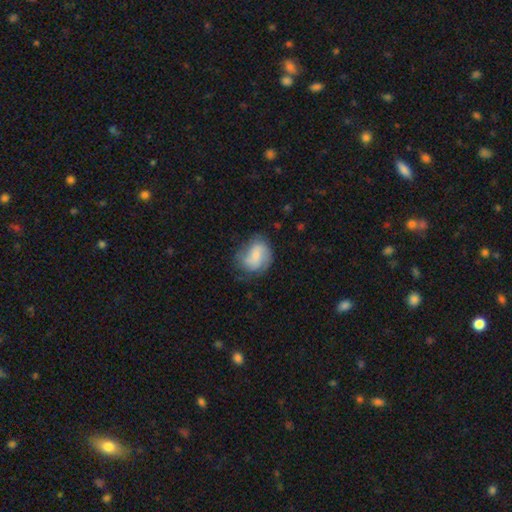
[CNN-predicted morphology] This appears to be a smooth galaxy with no disk features (49%). Merging: none (58%).